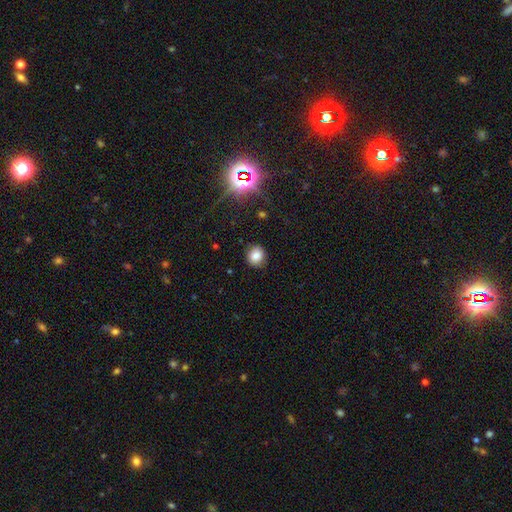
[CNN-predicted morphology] Overall: smooth (80%). How rounded: round (81%). Merging: none (88%).